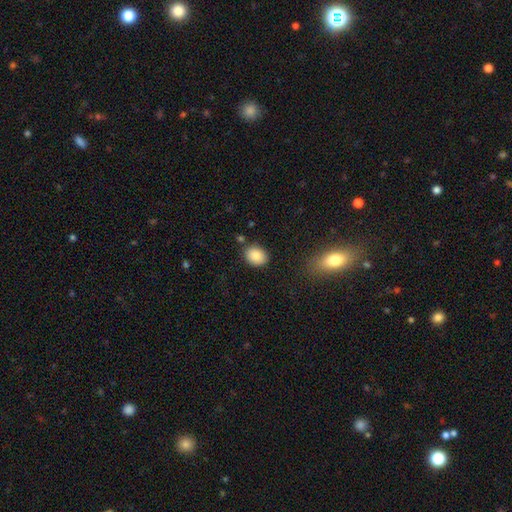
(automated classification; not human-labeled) Smooth or featured? Predicted: smooth (p=0.86). How rounded? Predicted: in between (p=0.57). Merging? Predicted: none (p=0.83).